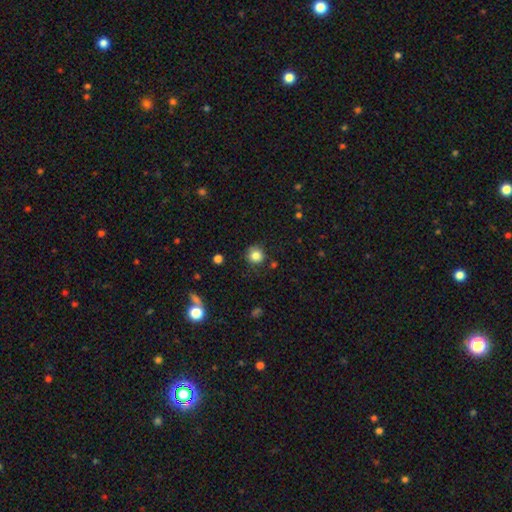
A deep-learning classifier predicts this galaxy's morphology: A smooth galaxy with no disk features (84%) that is round (92%).

Vote fractions:
- Smooth or featured? smooth: 84% / star or artifact: 11% / featured or disk: 5%
- How rounded? round: 92% / in between: 7% / cigar-shaped: 1%
- Merging? none: 81% / minor disturbance: 13% / major disturbance: 3% / merger: 3%